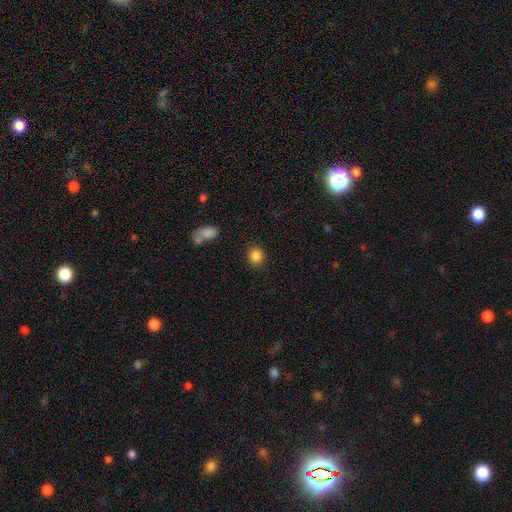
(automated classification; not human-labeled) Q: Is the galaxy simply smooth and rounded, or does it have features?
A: smooth — 86%.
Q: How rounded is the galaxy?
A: round — 81%.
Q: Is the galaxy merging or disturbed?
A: none — 89%.